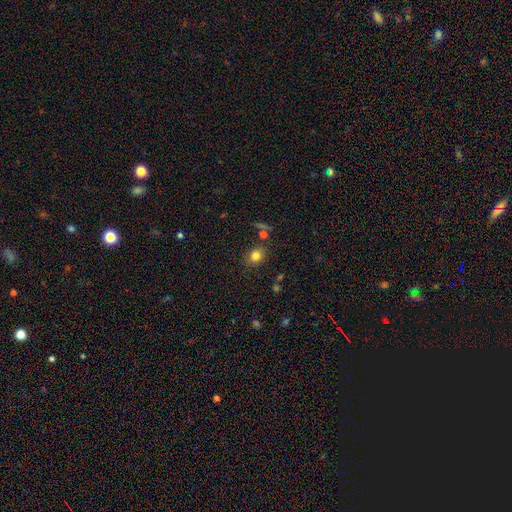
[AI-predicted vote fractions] Overall: smooth (78%). How rounded: round (64%; in between 35%). Merging: none (79%).